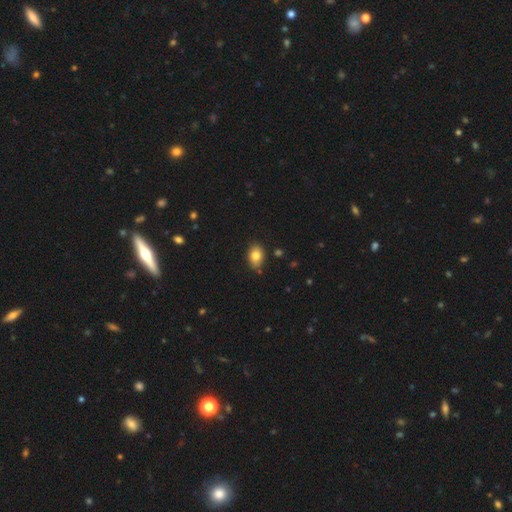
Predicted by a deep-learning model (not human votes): The model was most divided on "how rounded": in between: 81%, round: 18%, cigar-shaped: 1%. More confident: smooth or featured — smooth (82%); merging — none (81%).